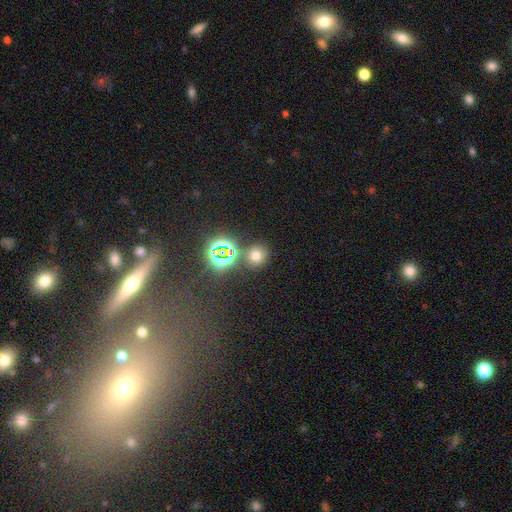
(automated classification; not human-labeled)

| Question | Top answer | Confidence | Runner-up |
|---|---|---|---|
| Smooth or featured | smooth | 61% | star or artifact (30%) |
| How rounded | round | 82% | in between (17%) |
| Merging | none | 77% | merger (10%) |